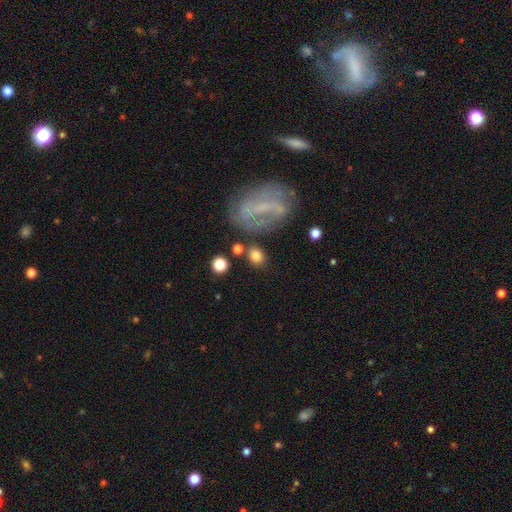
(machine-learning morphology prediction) smooth 77%, featured or disk 14%, star or artifact 9%. Down the decision tree: how rounded — round (52%); merging — none (74%).